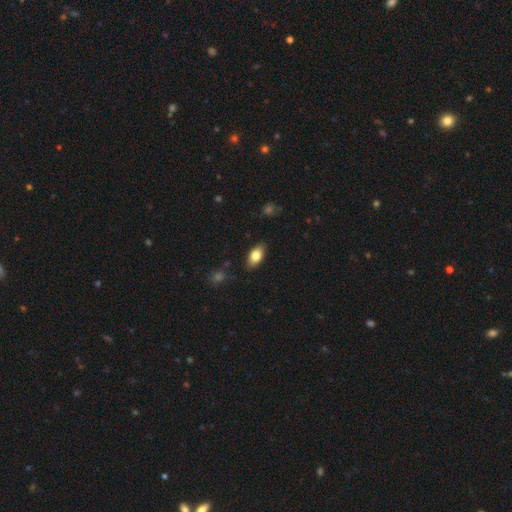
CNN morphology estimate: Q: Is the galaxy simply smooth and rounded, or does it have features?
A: smooth — 80%.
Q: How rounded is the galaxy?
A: in between — 90%.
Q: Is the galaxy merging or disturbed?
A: none — 85%.